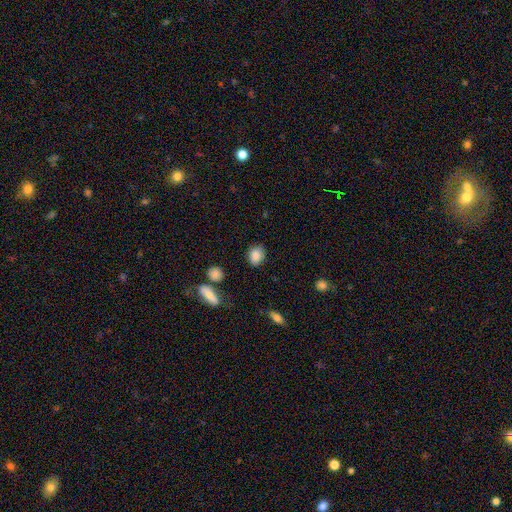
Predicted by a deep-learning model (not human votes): A smooth galaxy with no disk features (86%) that is in between round and cigar-shaped (59%). Merging: none (80%).